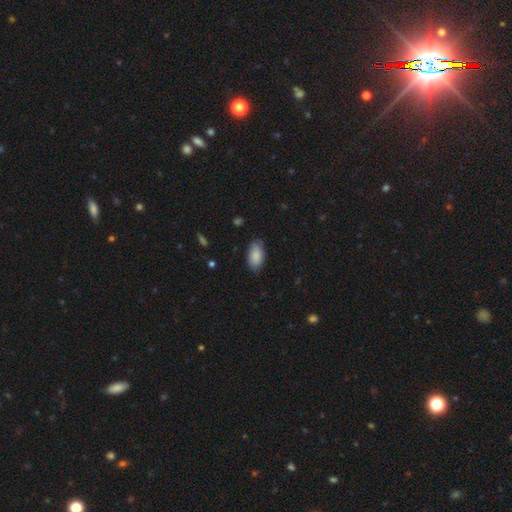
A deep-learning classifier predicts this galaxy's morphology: type=smooth (87%); roundness=in between (94%); merging=none (81%).